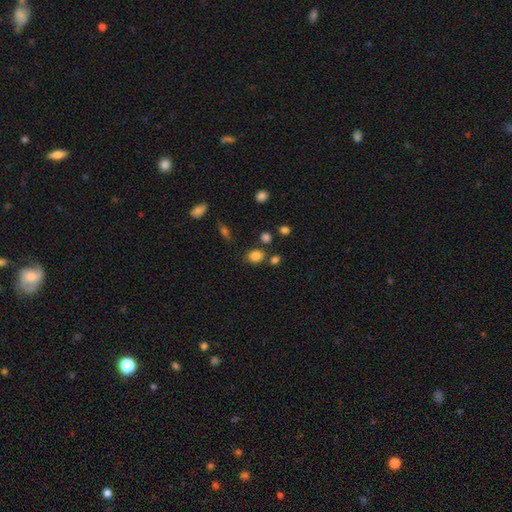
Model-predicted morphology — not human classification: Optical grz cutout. It shows a smooth galaxy with no disk features (82%) that is round (50%). Merging: none (71%).